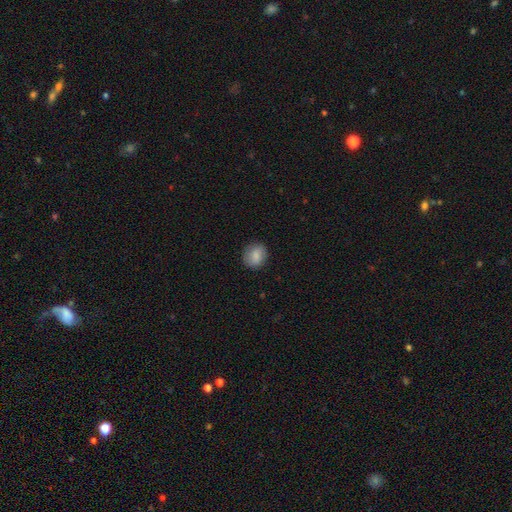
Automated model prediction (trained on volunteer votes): Smooth or featured: smooth — 84% (featured or disk — 8%)
How rounded: round — 69% (in between — 30%)
Merging: none — 86% (minor disturbance — 11%)